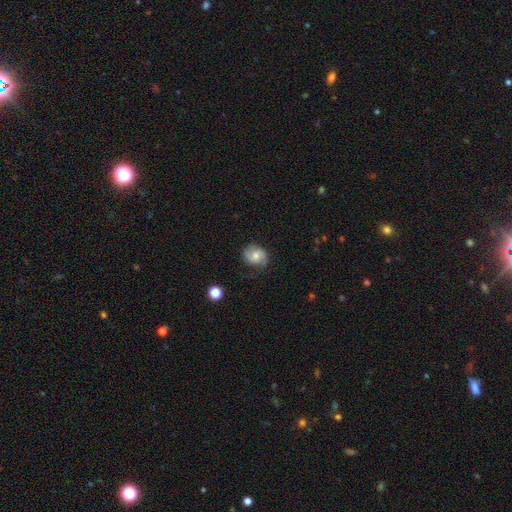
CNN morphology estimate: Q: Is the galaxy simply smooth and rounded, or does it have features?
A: featured or disk — 52%.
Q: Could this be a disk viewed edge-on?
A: no — 97%.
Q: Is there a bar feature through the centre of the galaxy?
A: no — 61%.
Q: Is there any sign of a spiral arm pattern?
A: yes — 87%.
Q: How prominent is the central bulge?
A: moderate — 61%.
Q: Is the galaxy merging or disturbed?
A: none — 72%.